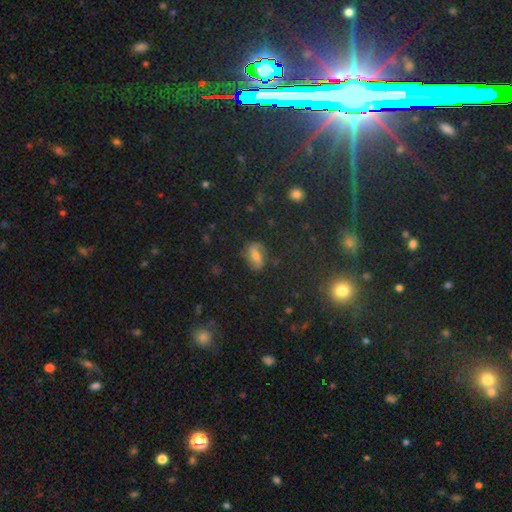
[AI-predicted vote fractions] A featured or disk galaxy (56%) with a weak bar (43%), spiral arms (87%) and a moderate central bulge (49%). Merging: none (76%).